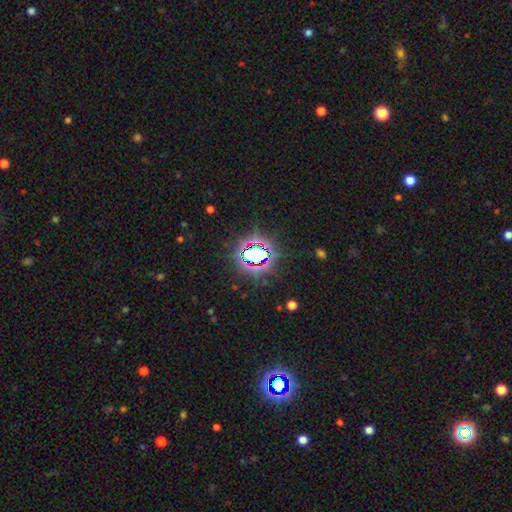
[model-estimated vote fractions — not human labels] The model was most divided on "smooth or featured": star or artifact: 79%, smooth: 13%, featured or disk: 8%.